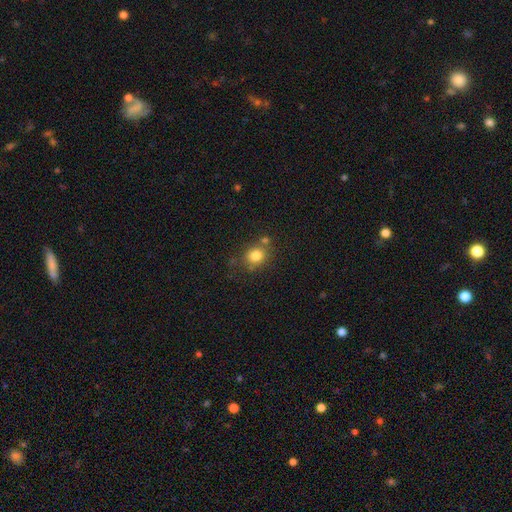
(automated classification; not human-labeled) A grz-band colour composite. It shows a smooth galaxy with no disk features (81%) that is round (73%). Merging: none (68%).